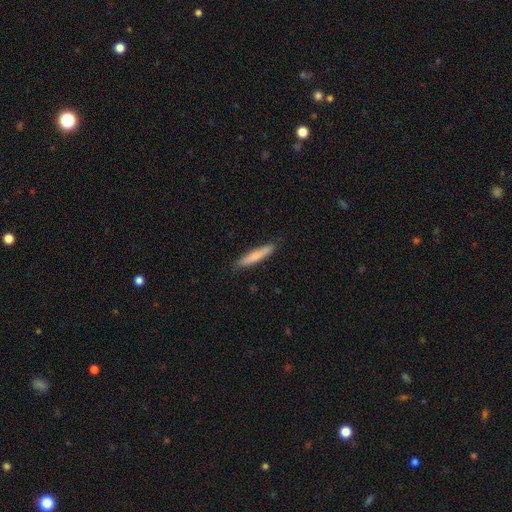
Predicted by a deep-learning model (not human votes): smooth 74%, featured or disk 20%, star or artifact 6%. Down the decision tree: how rounded — cigar-shaped (92%); merging — none (88%).